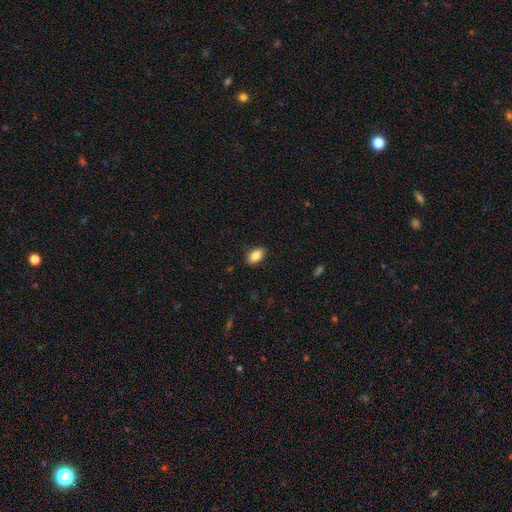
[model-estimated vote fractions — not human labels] The model was most divided on "smooth or featured": smooth: 85%, star or artifact: 8%, featured or disk: 7%. More confident: how rounded — in between (90%); merging — none (88%).